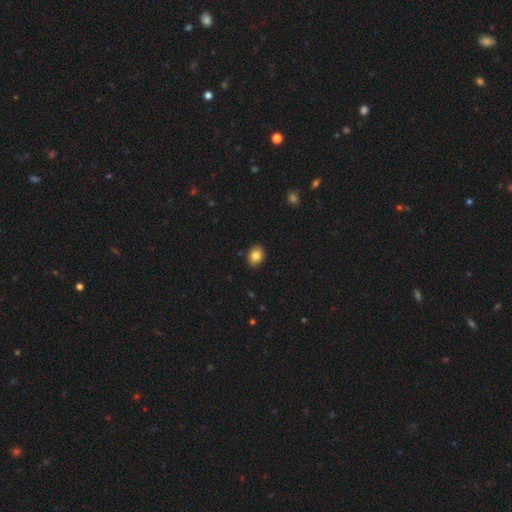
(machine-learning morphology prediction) A smooth galaxy with no disk features (83%) that is in between round and cigar-shaped (50%).

Vote fractions:
- Smooth or featured? smooth: 83% / star or artifact: 9% / featured or disk: 8%
- How rounded? in between: 50% / round: 49% / cigar-shaped: 1%
- Merging? none: 90% / minor disturbance: 7% / major disturbance: 2% / merger: 1%